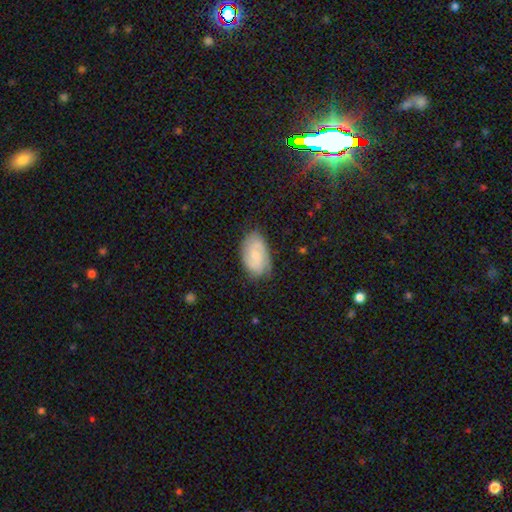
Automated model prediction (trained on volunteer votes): smooth-or-featured: featured or disk: 47% | smooth: 46% | star or artifact: 7%
  merging: none: 72% | minor disturbance: 22% | major disturbance: 5% | merger: 1%